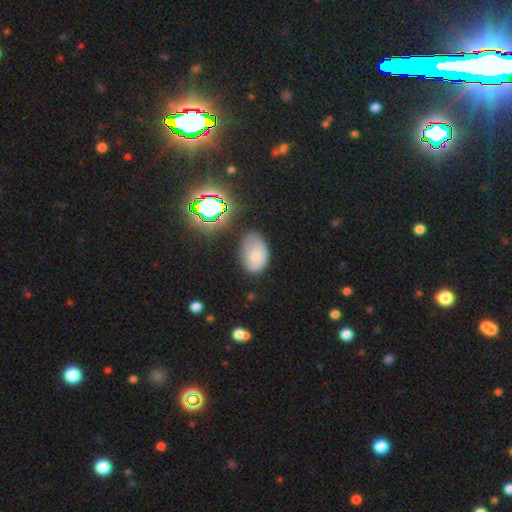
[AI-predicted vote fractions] Smooth or featured: smooth — 71% (featured or disk — 17%)
How rounded: in between — 85% (round — 14%)
Merging: none — 58% (minor disturbance — 29%)